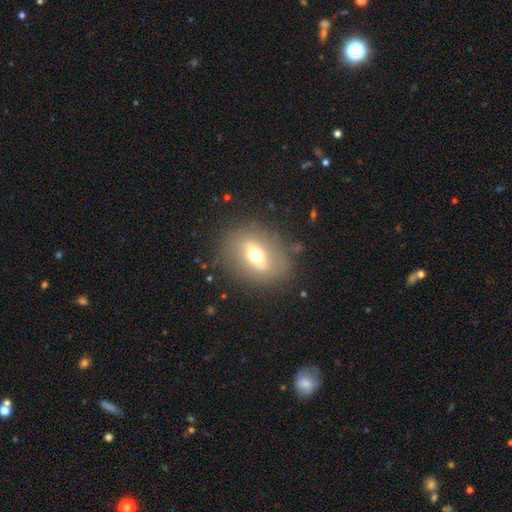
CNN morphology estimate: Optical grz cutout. It shows a featured or disk galaxy (46%). Merging: none (81%).